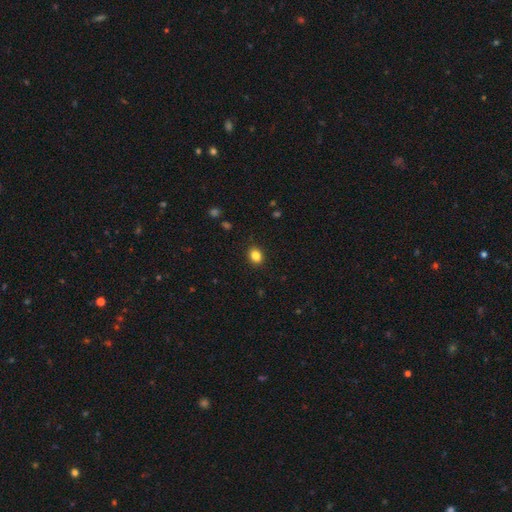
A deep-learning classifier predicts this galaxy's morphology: Q: Smooth or featured?
A: smooth (84%); runner-up: star or artifact (11%)
Q: How rounded?
A: round (58%); runner-up: in between (41%)
Q: Merging?
A: none (90%); runner-up: minor disturbance (7%)